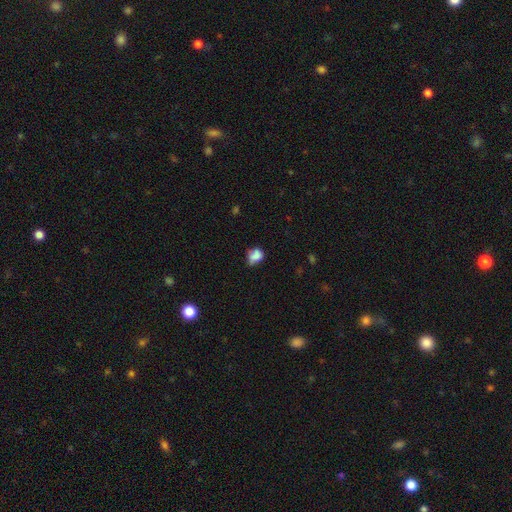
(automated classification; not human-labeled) A smooth galaxy with no disk features (76%) that is in between round and cigar-shaped (56%). Merging: none (41%).